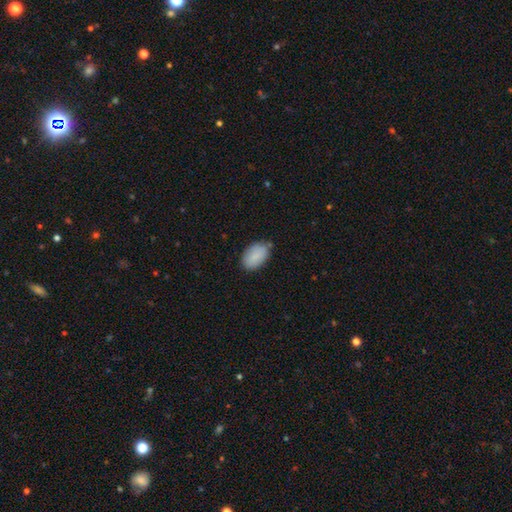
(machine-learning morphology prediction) The model was most divided on "merging": none: 79%, minor disturbance: 16%, major disturbance: 3%, merger: 2%. More confident: how rounded — in between (92%); smooth or featured — smooth (86%).